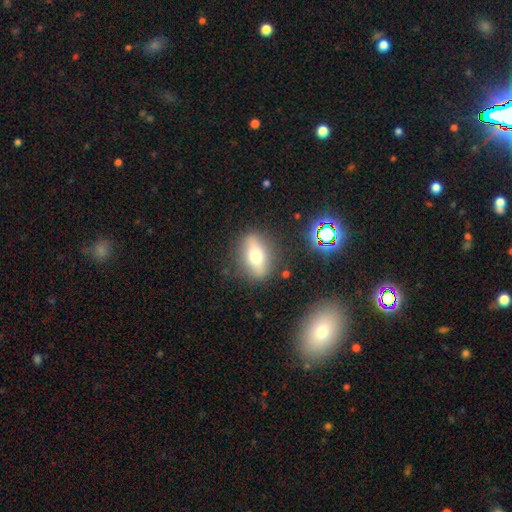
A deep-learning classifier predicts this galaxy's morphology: This appears to be a smooth galaxy with no disk features (49%). Merging: none (83%).